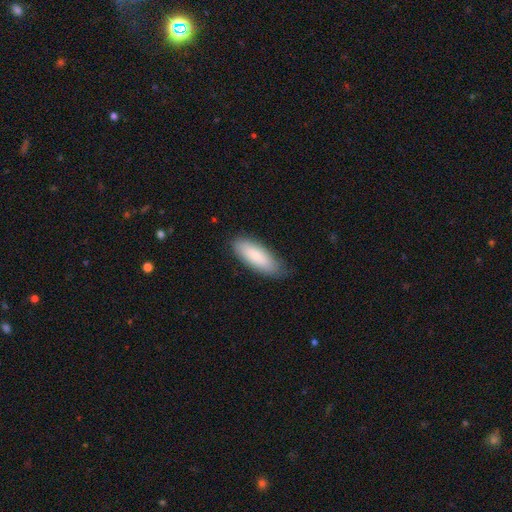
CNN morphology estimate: This appears to be a smooth galaxy with no disk features (83%) that is in between round and cigar-shaped (67%). Merging: none (77%).